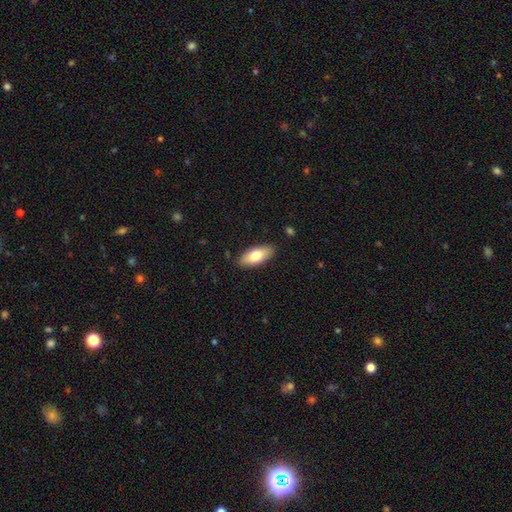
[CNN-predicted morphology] A smooth galaxy with no disk features (77%) that is in between round and cigar-shaped (84%). Merging: none (87%).